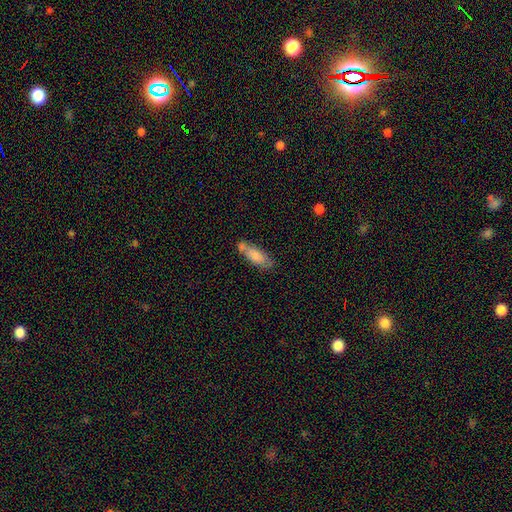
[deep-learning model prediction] A smooth galaxy with no disk features (77%) that is in between round and cigar-shaped (61%). Merging: none (52%).